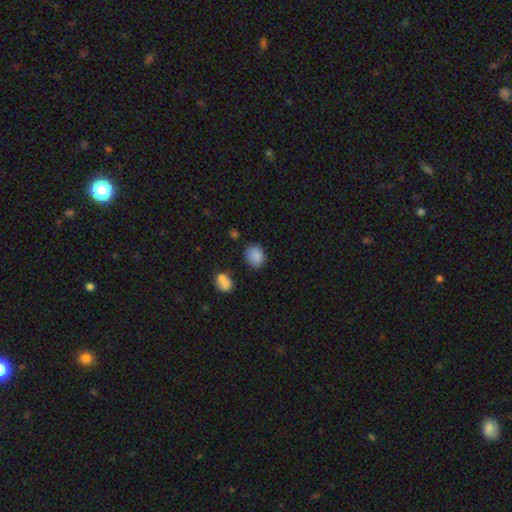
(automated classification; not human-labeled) This is clearly a smooth galaxy (87%). How rounded: possibly round (54%). Merging: likely none (79%).